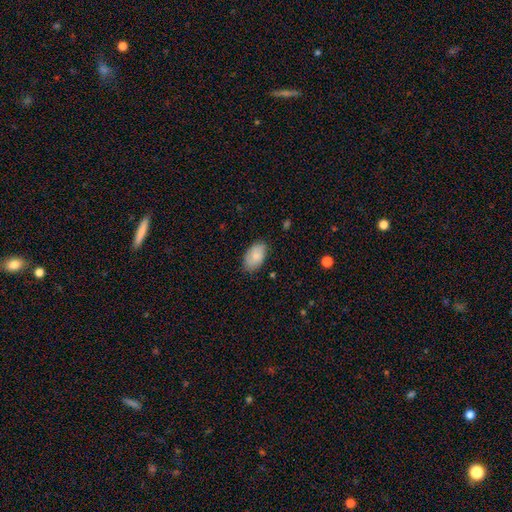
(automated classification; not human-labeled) Smooth or featured? smooth (79%)
How rounded? in between (93%)
Merging? none (77%)